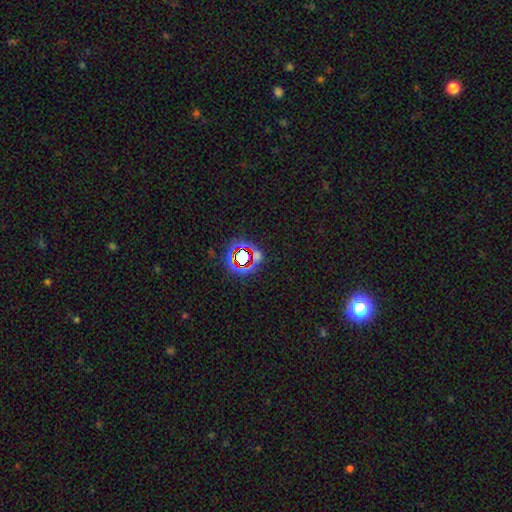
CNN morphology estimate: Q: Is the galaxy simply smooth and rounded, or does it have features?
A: star or artifact — 70%.